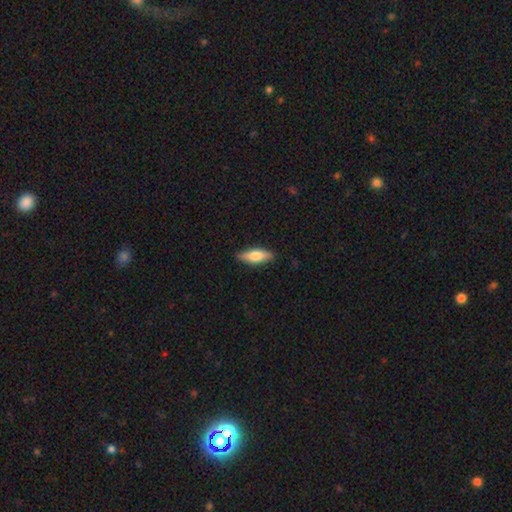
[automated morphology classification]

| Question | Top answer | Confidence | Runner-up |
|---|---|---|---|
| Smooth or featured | smooth | 68% | featured or disk (27%) |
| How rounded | in between | 56% | cigar-shaped (41%) |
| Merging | none | 86% | minor disturbance (11%) |